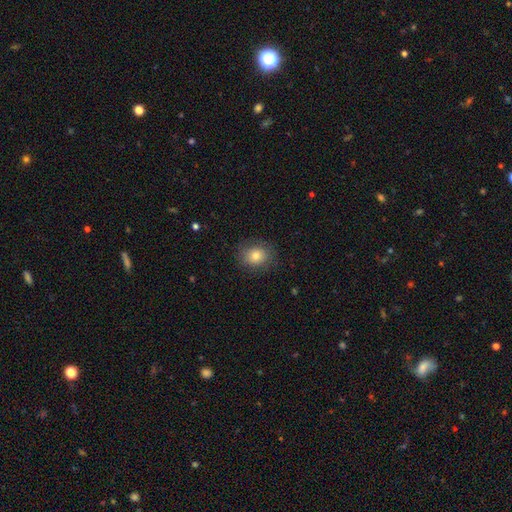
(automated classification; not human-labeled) Smooth or featured: smooth — 80% (star or artifact — 10%)
How rounded: round — 68% (in between — 31%)
Merging: none — 84% (minor disturbance — 11%)